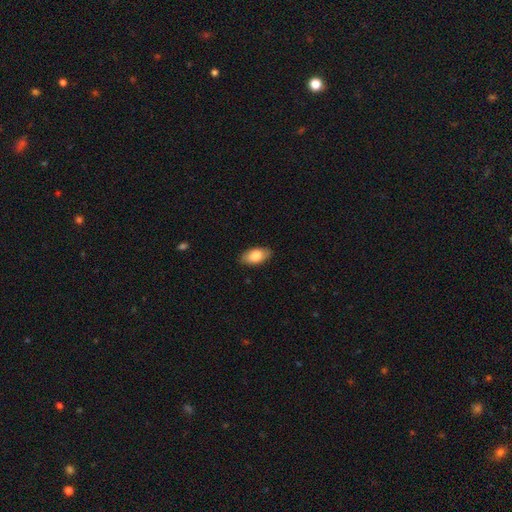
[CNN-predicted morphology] Q: Smooth or featured?
A: smooth (84%); runner-up: featured or disk (10%)
Q: How rounded?
A: in between (93%); runner-up: round (3%)
Q: Merging?
A: none (85%); runner-up: minor disturbance (12%)